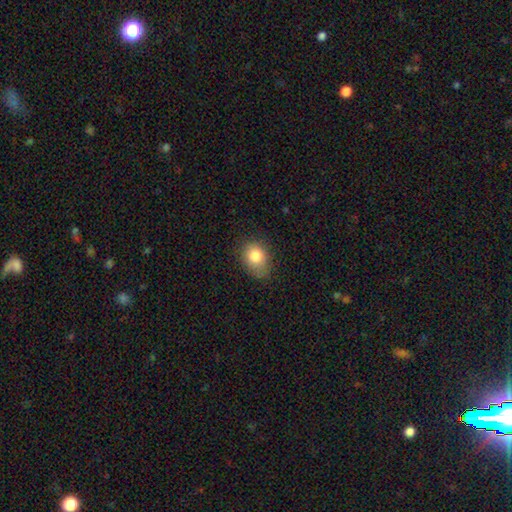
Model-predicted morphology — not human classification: smooth 82%, star or artifact 10%, featured or disk 8%. Down the decision tree: how rounded — round (52%); merging — none (69%).